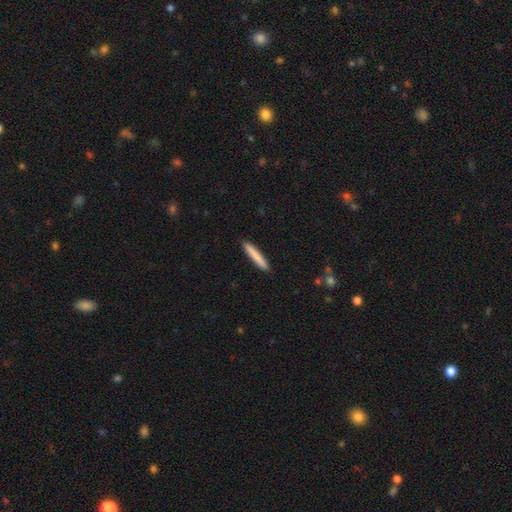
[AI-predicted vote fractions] Smooth or featured?
  - smooth: 83% *
  - featured or disk: 11%
  - star or artifact: 5%
How rounded?
  - cigar-shaped: 94% *
  - in between: 5%
  - round: 1%
Merging?
  - none: 92% *
  - minor disturbance: 6%
  - major disturbance: 1%
  - merger: 1%